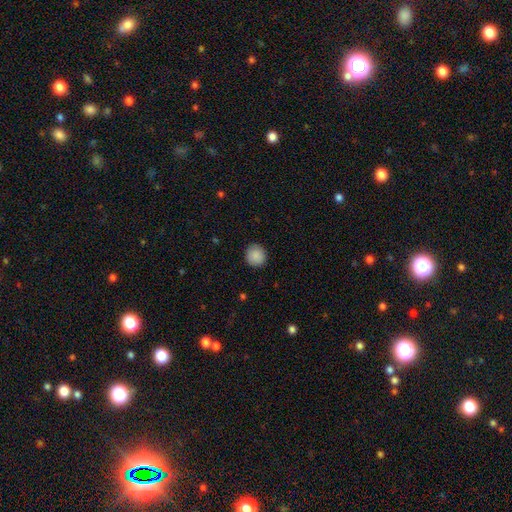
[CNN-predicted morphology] Smooth or featured? smooth (89%)
How rounded? round (91%)
Merging? none (90%)